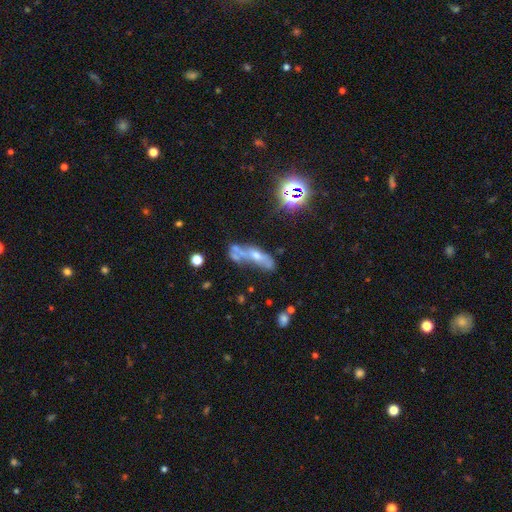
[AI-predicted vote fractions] A featured or disk galaxy (46%). Merging: merger (37%).